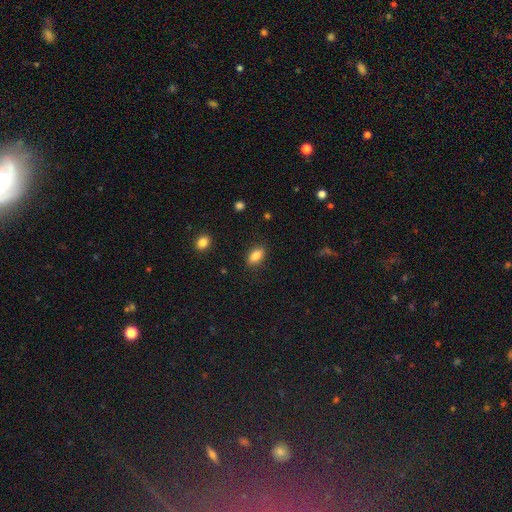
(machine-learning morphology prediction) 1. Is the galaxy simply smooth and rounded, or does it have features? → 85% smooth, 8% star or artifact, 7% featured or disk.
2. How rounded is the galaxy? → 88% in between, 7% round, 5% cigar-shaped.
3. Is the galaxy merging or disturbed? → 85% none, 11% minor disturbance, 3% major disturbance, 1% merger.